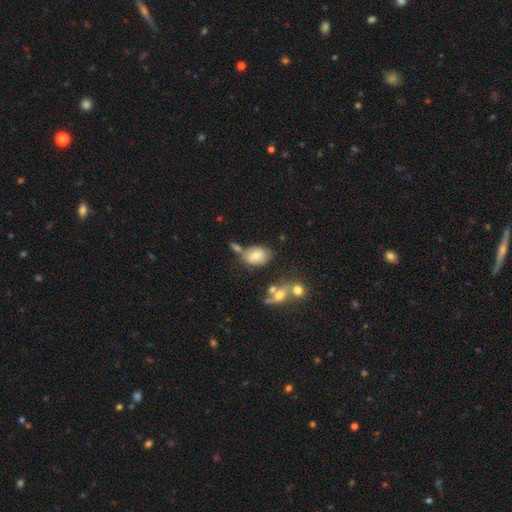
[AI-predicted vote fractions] Q: Smooth or featured?
A: smooth (65%); runner-up: featured or disk (25%)
Q: How rounded?
A: in between (81%); runner-up: round (17%)
Q: Merging?
A: none (49%); runner-up: merger (23%)